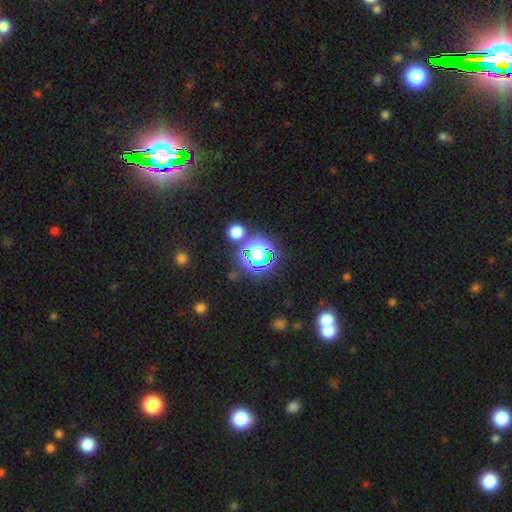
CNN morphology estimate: star or artifact 56%, smooth 33%, featured or disk 11%.